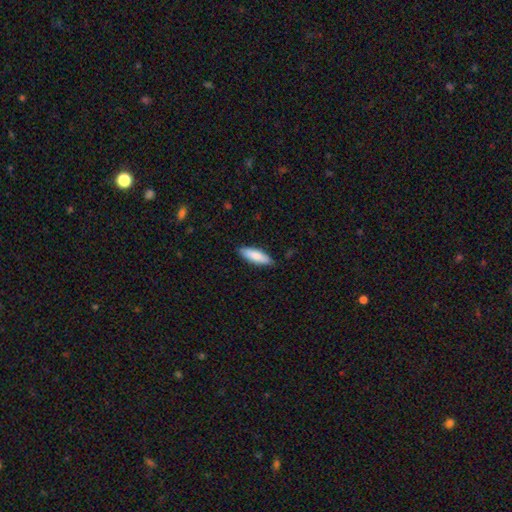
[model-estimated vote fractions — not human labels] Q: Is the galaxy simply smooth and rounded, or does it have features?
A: smooth — 84%.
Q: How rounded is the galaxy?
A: in between — 52%.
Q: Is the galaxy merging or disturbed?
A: none — 87%.